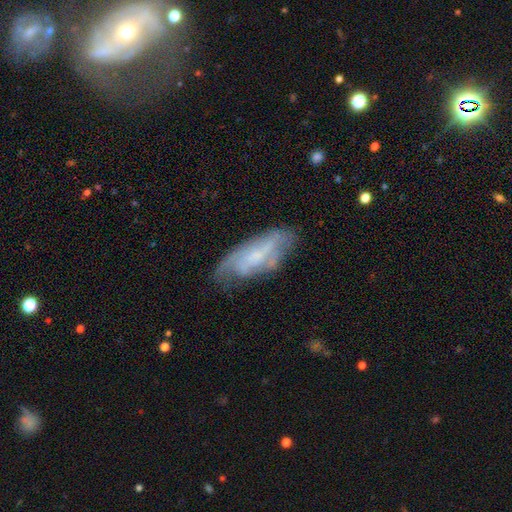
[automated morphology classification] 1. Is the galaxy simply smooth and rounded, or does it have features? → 60% featured or disk, 32% smooth, 8% star or artifact.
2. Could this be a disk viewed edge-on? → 84% no, 16% yes.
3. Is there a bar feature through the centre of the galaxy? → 58% no, 33% weak, 9% strong.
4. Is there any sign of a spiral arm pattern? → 73% yes, 27% no.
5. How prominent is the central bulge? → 45% small, 27% moderate, 23% none, 4% large, 1% dominant.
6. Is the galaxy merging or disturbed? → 59% none, 26% minor disturbance, 12% major disturbance, 3% merger.